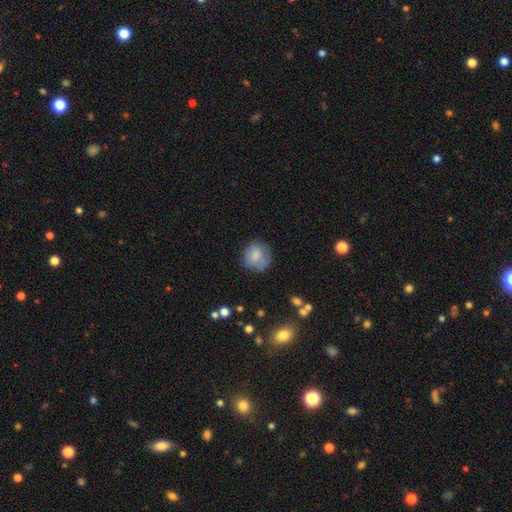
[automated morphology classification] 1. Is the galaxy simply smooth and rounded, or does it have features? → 79% smooth, 13% featured or disk, 8% star or artifact.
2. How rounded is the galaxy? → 85% round, 14% in between, 1% cigar-shaped.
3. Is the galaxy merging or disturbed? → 71% none, 20% minor disturbance, 7% major disturbance, 2% merger.